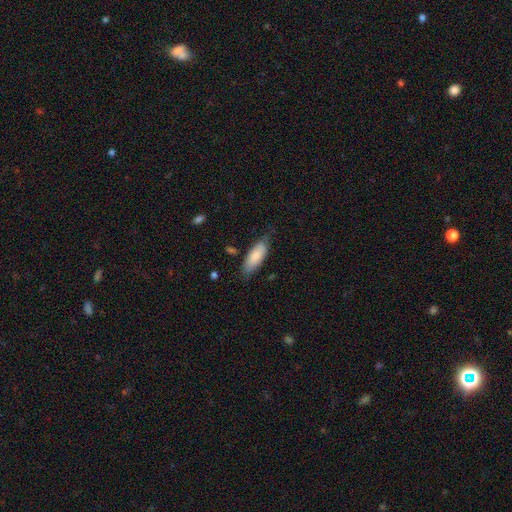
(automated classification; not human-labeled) Smooth or featured? Predicted: smooth (p=0.84). How rounded? Predicted: in between (p=0.74). Merging? Predicted: none (p=0.71).